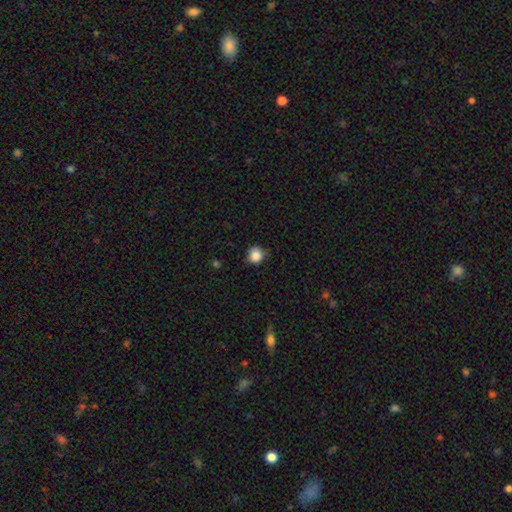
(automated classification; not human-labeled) This appears to be a smooth galaxy with no disk features (86%) that is round (87%). Merging: none (74%).